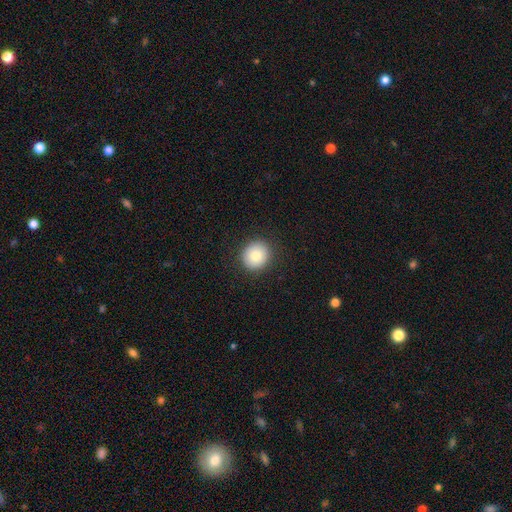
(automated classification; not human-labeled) Q: Smooth or featured?
A: smooth (81%); runner-up: featured or disk (10%)
Q: How rounded?
A: round (87%); runner-up: in between (12%)
Q: Merging?
A: none (90%); runner-up: minor disturbance (7%)